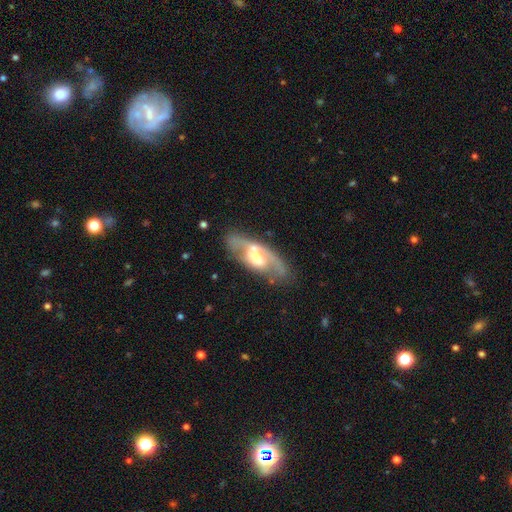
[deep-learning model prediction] Smooth or featured: featured or disk — 72% (smooth — 21%)
Edge-on disk: no — 84% (yes — 16%)
Bar: no — 40% (weak — 39%)
Spiral arms: yes — 73% (no — 27%)
Bulge size: moderate — 43% (large — 29%)
Merging: none — 62% (minor disturbance — 20%)